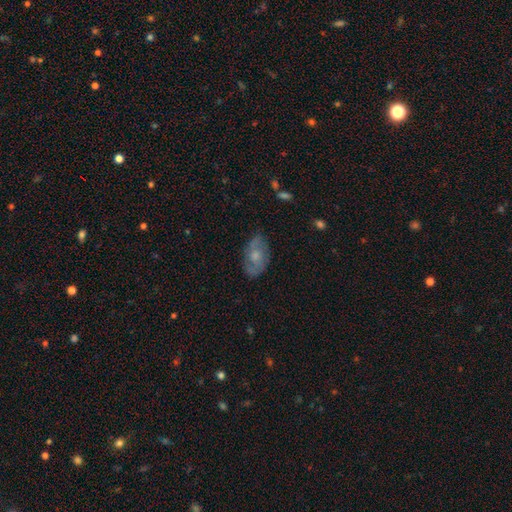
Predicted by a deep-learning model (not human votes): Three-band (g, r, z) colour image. It shows a featured or disk galaxy (55%) with no bar (78%), spiral arms (67%) and a moderate central bulge (54%). Merging: none (71%).